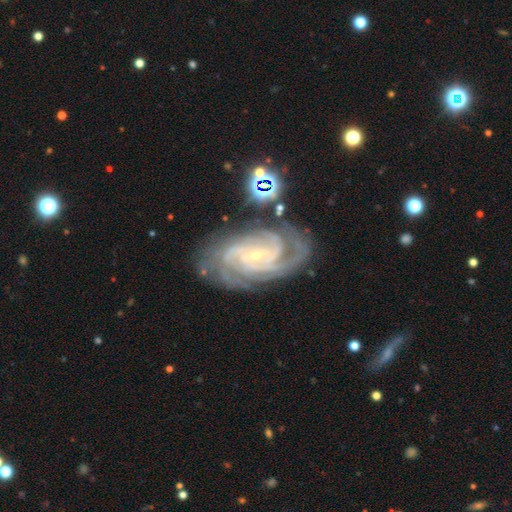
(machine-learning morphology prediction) A featured or disk galaxy (91%) with no bar (43%), 3 (28%) tight (65%) spiral arms (98%) and a small central bulge (84%). Merging: none (71%).